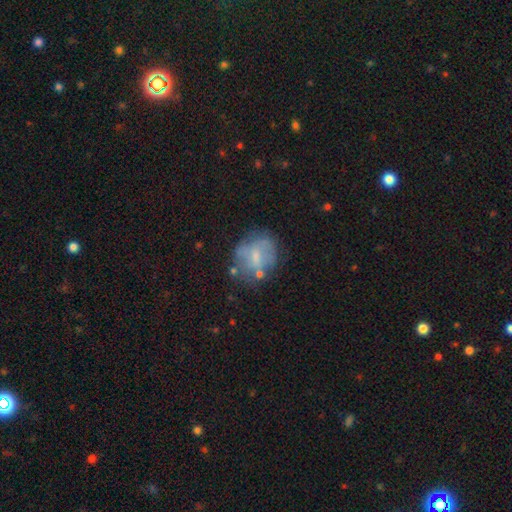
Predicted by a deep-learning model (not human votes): A smooth galaxy with no disk features (46%).

Vote fractions:
- Smooth or featured? smooth: 46% / featured or disk: 44% / star or artifact: 9%
- Merging? none: 52% / minor disturbance: 24% / major disturbance: 16% / merger: 8%